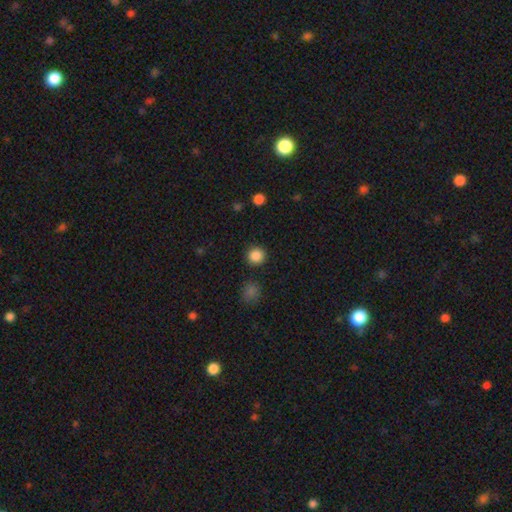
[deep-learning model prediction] A smooth galaxy with no disk features (86%) that is round (93%). Merging: none (91%).